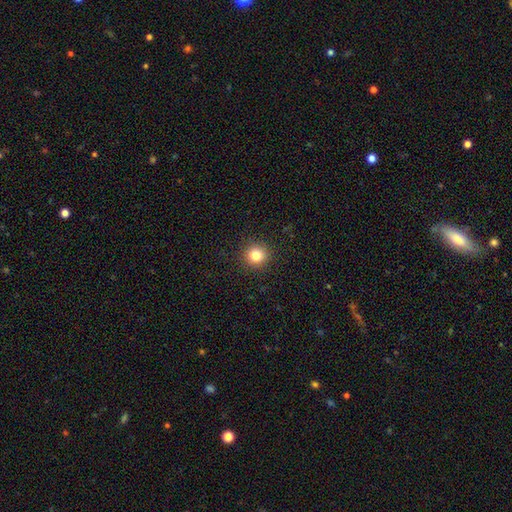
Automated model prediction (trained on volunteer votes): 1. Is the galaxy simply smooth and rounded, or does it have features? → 81% smooth, 13% star or artifact, 6% featured or disk.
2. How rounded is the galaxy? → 93% round, 6% in between, 1% cigar-shaped.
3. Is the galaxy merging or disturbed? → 92% none, 5% minor disturbance, 2% major disturbance, 1% merger.